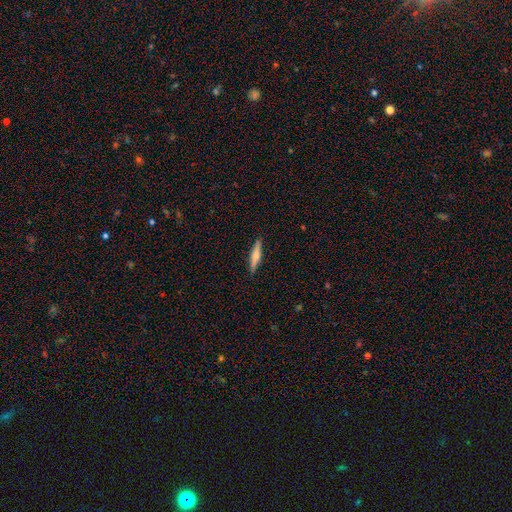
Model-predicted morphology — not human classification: This appears to be a featured or disk galaxy (48%). Merging: none (90%).